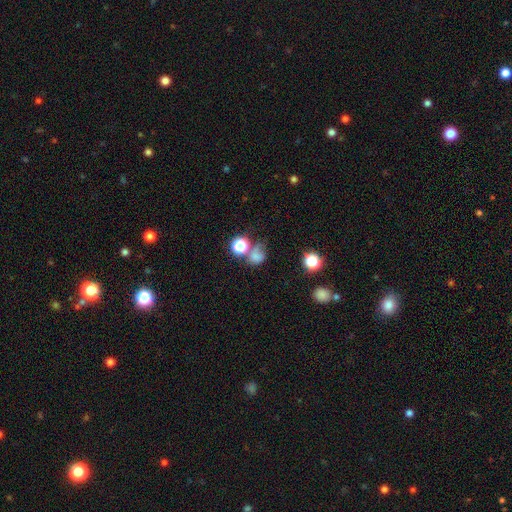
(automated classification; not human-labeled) smooth 65%, star or artifact 21%, featured or disk 14%. Down the decision tree: how rounded — round (67%); merging — none (37%).